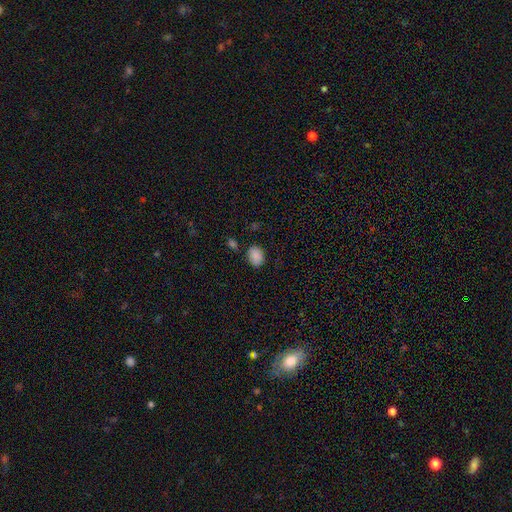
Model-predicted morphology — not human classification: Smooth or featured? smooth (87%)
How rounded? in between (64%)
Merging? none (79%)